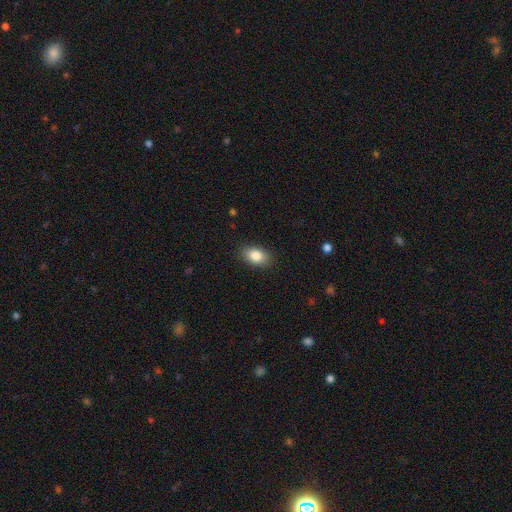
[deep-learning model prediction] Smooth or featured? smooth (85%)
How rounded? in between (86%)
Merging? none (88%)